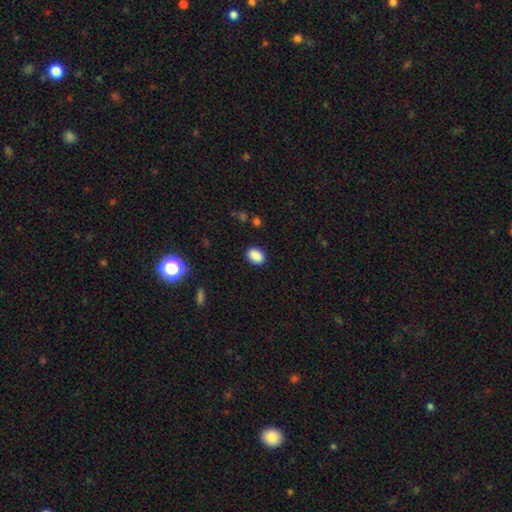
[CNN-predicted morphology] Smooth or featured: smooth — 89% (star or artifact — 8%)
How rounded: in between — 74% (round — 25%)
Merging: none — 88% (minor disturbance — 8%)